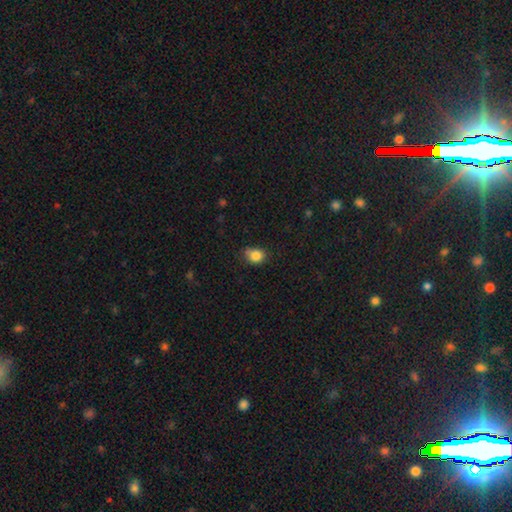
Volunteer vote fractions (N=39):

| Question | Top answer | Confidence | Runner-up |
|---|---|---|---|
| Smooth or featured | smooth | 87% | star or artifact (10%) |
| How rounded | round | 62% | in between (38%) |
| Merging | none | 80% | minor disturbance (14%) |